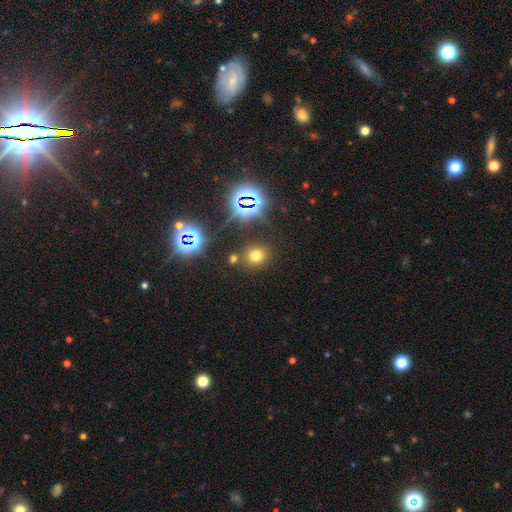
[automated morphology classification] Q: Smooth or featured?
A: smooth (62%); runner-up: star or artifact (30%)
Q: How rounded?
A: round (81%); runner-up: in between (18%)
Q: Merging?
A: none (81%); runner-up: minor disturbance (8%)